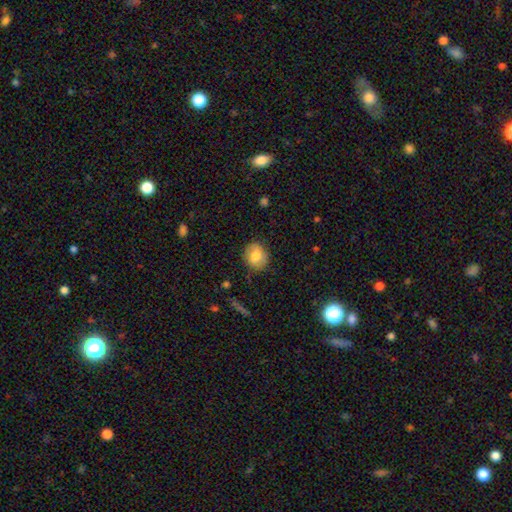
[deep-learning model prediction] Q: Smooth or featured?
A: smooth (79%); runner-up: featured or disk (13%)
Q: How rounded?
A: round (69%); runner-up: in between (30%)
Q: Merging?
A: none (81%); runner-up: minor disturbance (15%)